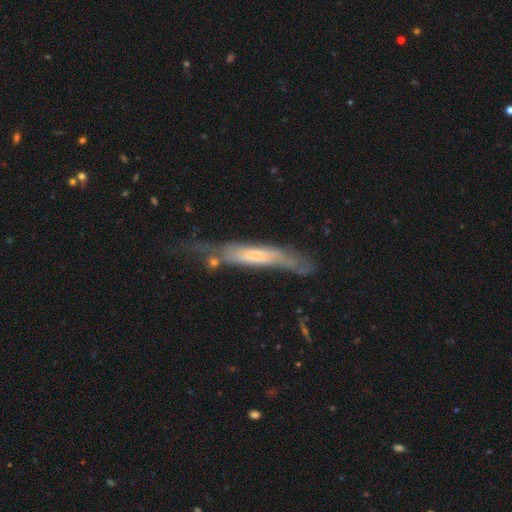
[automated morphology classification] This appears to be a featured or disk galaxy (49%). Merging: none (35%).